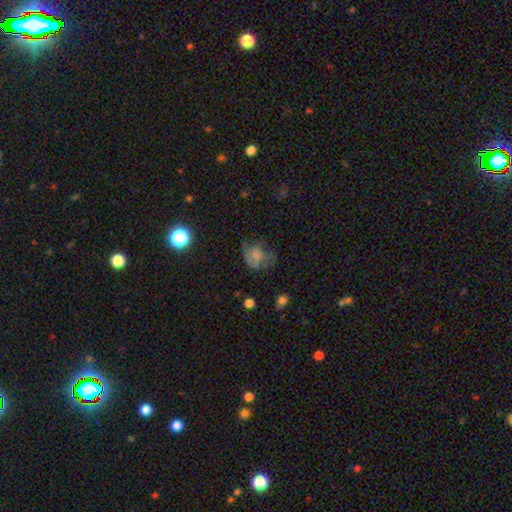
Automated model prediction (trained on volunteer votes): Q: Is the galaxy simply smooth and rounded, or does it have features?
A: smooth — 61%.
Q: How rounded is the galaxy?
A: in between — 55%.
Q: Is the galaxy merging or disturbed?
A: none — 41%.